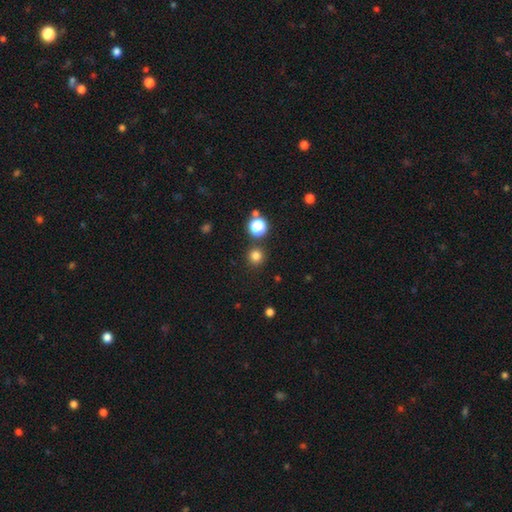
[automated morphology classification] Smooth or featured? smooth (79%)
How rounded? round (95%)
Merging? none (87%)